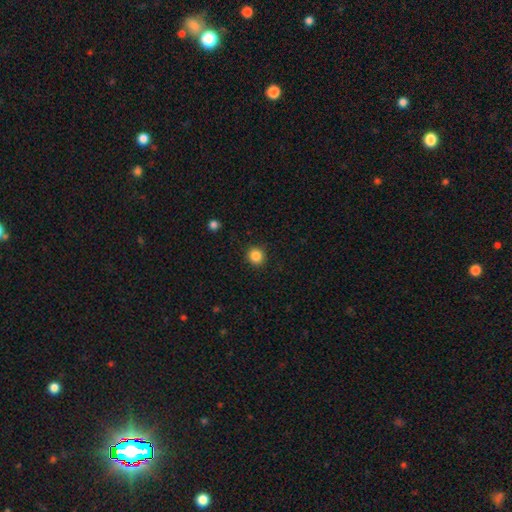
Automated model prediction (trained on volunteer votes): A smooth galaxy with no disk features (86%) that is round (90%).

Vote fractions:
- Smooth or featured? smooth: 86% / star or artifact: 11% / featured or disk: 4%
- How rounded? round: 90% / in between: 9% / cigar-shaped: 1%
- Merging? none: 89% / minor disturbance: 7% / major disturbance: 2% / merger: 1%